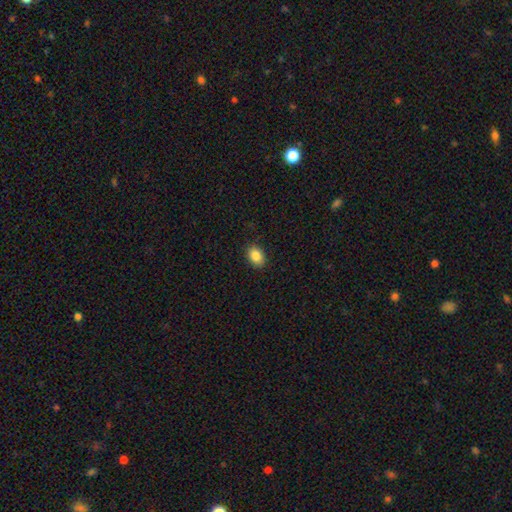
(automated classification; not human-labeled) A smooth galaxy with no disk features (86%) that is in between round and cigar-shaped (81%).

Vote fractions:
- Smooth or featured? smooth: 86% / star or artifact: 8% / featured or disk: 6%
- How rounded? in between: 81% / round: 18% / cigar-shaped: 1%
- Merging? none: 89% / minor disturbance: 8% / major disturbance: 2% / merger: 1%